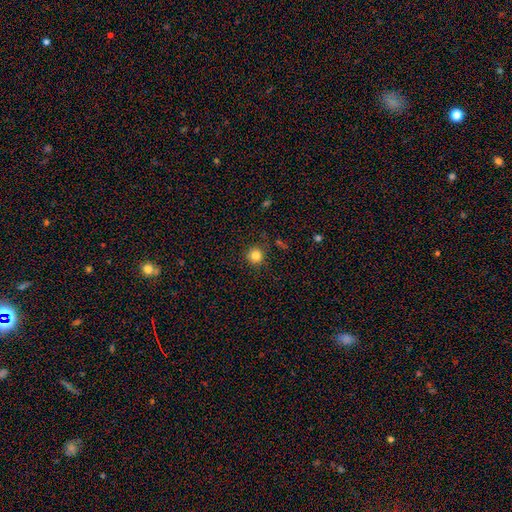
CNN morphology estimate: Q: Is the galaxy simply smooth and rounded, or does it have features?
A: smooth — 82%.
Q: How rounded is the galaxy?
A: round — 94%.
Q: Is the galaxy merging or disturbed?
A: none — 87%.